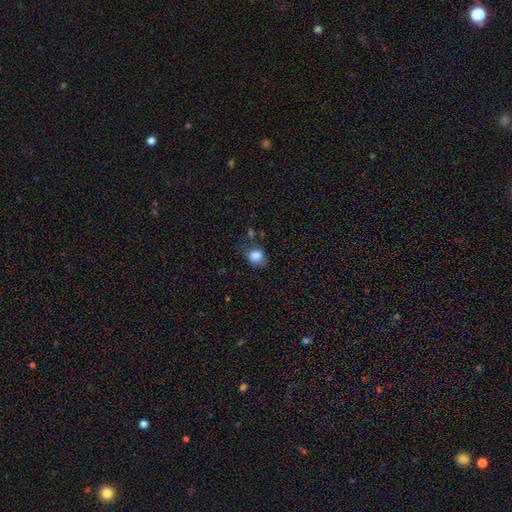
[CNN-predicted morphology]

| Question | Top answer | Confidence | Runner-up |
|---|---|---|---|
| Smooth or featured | smooth | 82% | star or artifact (10%) |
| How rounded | round | 63% | in between (37%) |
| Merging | none | 60% | minor disturbance (26%) |